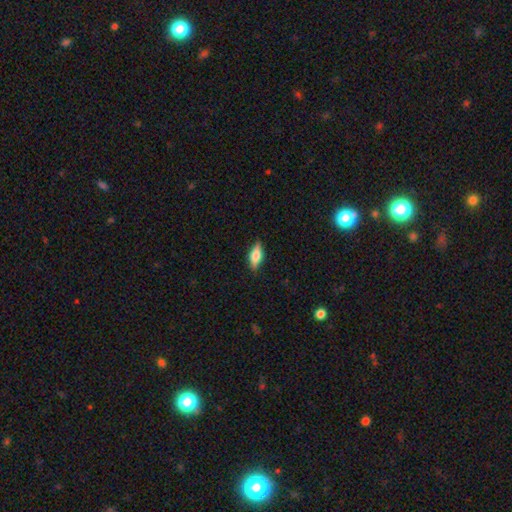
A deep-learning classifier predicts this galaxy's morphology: A smooth galaxy with no disk features (55%) that is in between round and cigar-shaped (72%). Merging: none (85%).